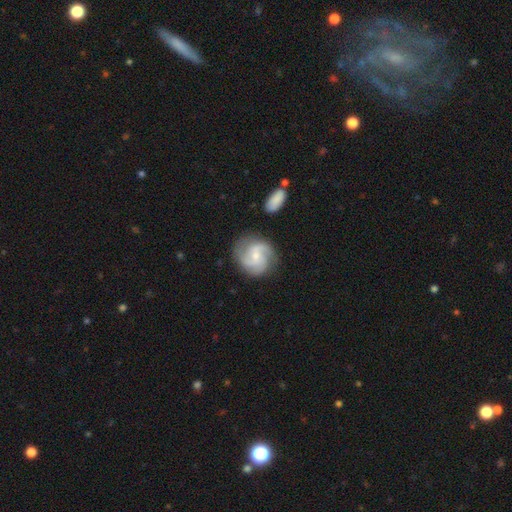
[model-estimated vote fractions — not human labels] Overall: featured or disk (77%). Edge-on disk: no (98%). Bar: no (55%; weak 38%). Spiral arms: yes (96%). Spiral arm count: 3 (44%; 2 31%). Spiral winding: medium (50%; tight 26%). Bulge size: small (64%; moderate 31%). Merging: none (76%).